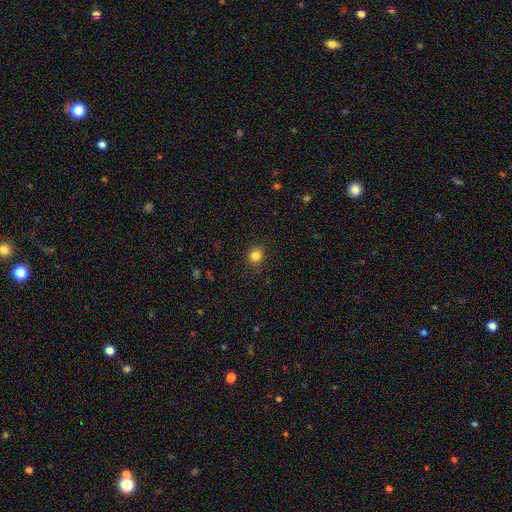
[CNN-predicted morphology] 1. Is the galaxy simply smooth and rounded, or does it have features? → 83% smooth, 12% star or artifact, 5% featured or disk.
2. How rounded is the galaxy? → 89% round, 10% in between, 1% cigar-shaped.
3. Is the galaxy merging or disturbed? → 89% none, 8% minor disturbance, 2% major disturbance, 1% merger.